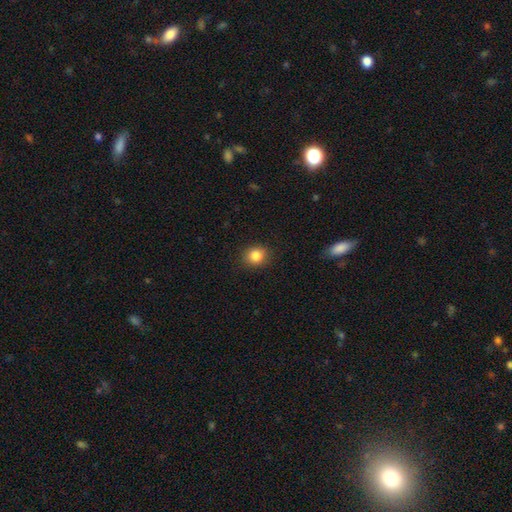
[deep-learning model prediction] Smooth or featured?
  - smooth: 85% *
  - star or artifact: 10%
  - featured or disk: 5%
How rounded?
  - round: 75% *
  - in between: 24%
  - cigar-shaped: 1%
Merging?
  - none: 88% *
  - minor disturbance: 9%
  - major disturbance: 2%
  - merger: 1%